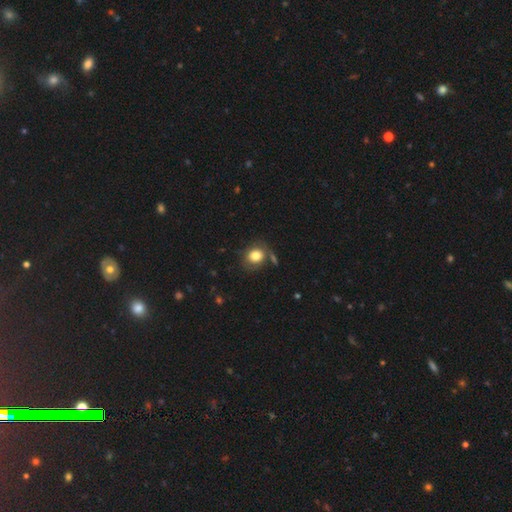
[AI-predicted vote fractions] Overall: smooth (81%). How rounded: round (66%; in between 33%). Merging: none (69%).